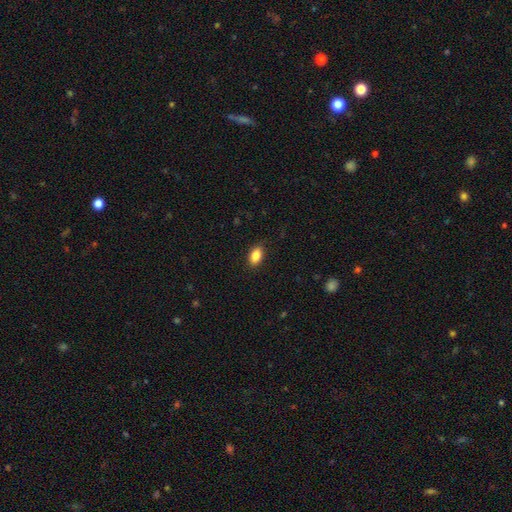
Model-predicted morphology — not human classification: A smooth galaxy with no disk features (86%) that is in between round and cigar-shaped (90%).

Vote fractions:
- Smooth or featured? smooth: 86% / star or artifact: 8% / featured or disk: 6%
- How rounded? in between: 90% / round: 7% / cigar-shaped: 3%
- Merging? none: 86% / minor disturbance: 11% / major disturbance: 2% / merger: 1%